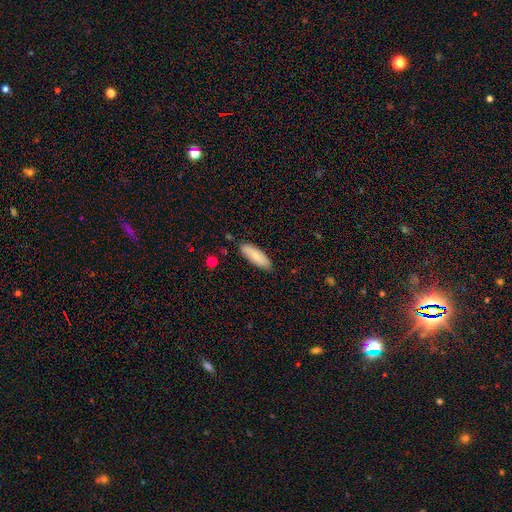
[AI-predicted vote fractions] A smooth galaxy with no disk features (81%) that is in between round and cigar-shaped (59%). Merging: none (85%).